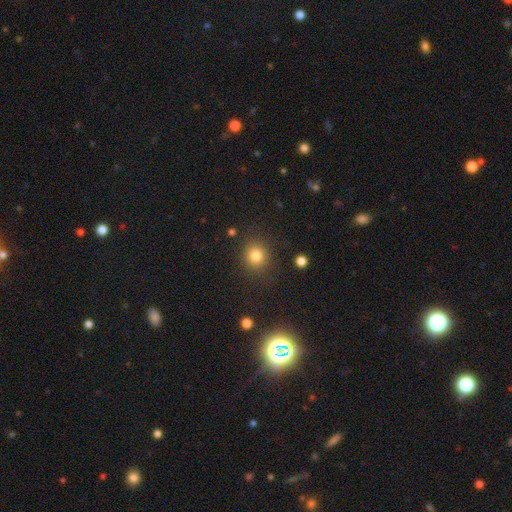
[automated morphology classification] Smooth or featured? Predicted: smooth (p=0.81). How rounded? Predicted: round (p=0.86). Merging? Predicted: none (p=0.86).